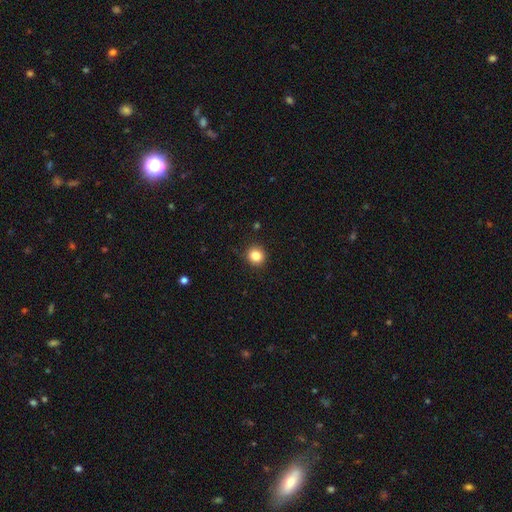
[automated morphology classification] smooth 85%, star or artifact 11%, featured or disk 4%. Down the decision tree: how rounded — round (89%); merging — none (90%).